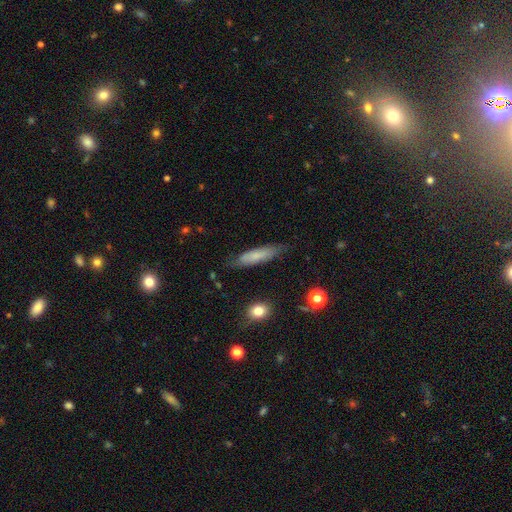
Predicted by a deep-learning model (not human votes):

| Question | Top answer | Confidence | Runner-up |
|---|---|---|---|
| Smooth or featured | smooth | 68% | featured or disk (25%) |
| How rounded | cigar-shaped | 76% | in between (22%) |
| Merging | none | 78% | minor disturbance (17%) |